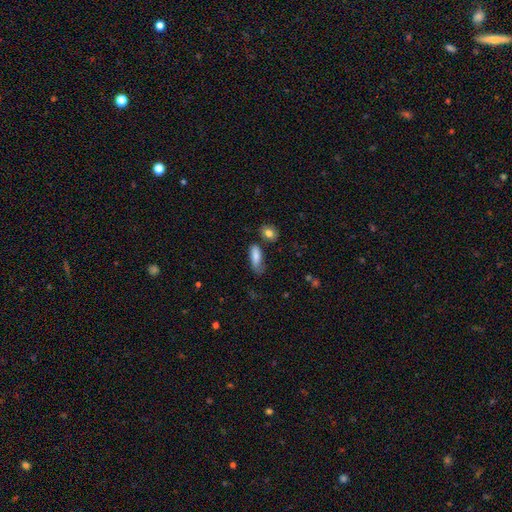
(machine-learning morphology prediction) The model was most divided on "merging": none: 45%, minor disturbance: 33%, major disturbance: 16%, merger: 6%. More confident: smooth or featured — smooth (81%); how rounded — in between (64%).